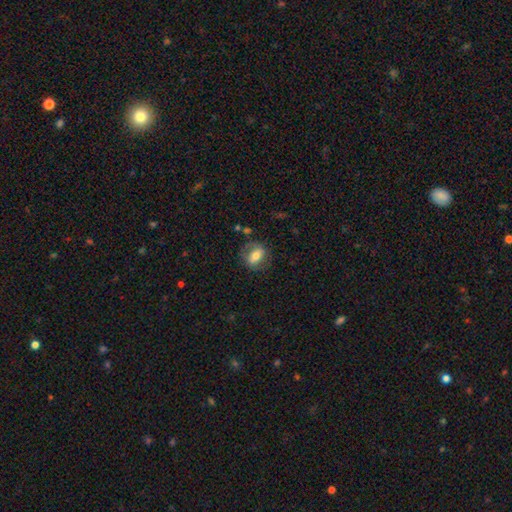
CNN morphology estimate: This appears to be a smooth galaxy with no disk features (62%) that is in between round and cigar-shaped (63%). Merging: none (73%).